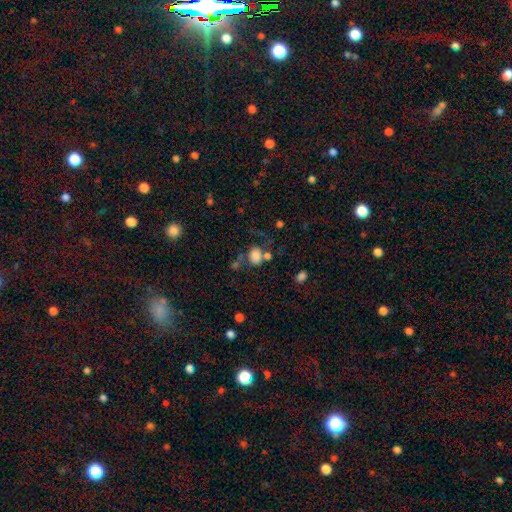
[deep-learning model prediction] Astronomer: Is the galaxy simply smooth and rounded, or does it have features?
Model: smooth — 78%.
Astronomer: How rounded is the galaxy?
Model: round — 56% (runner-up: in between, 43%).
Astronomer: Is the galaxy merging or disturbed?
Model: none — 47% (runner-up: merger, 22%).